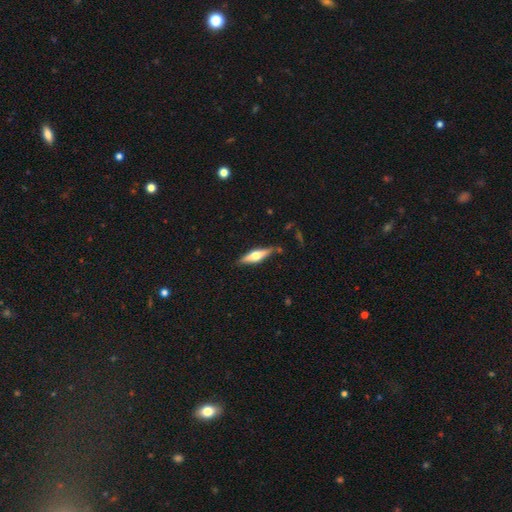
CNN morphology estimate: Q: Smooth or featured?
A: featured or disk (59%); runner-up: smooth (36%)
Q: Edge-on disk?
A: yes (95%); runner-up: no (5%)
Q: Edge-on bulge?
A: rounded (94%); runner-up: boxy (4%)
Q: Merging?
A: none (83%); runner-up: minor disturbance (12%)